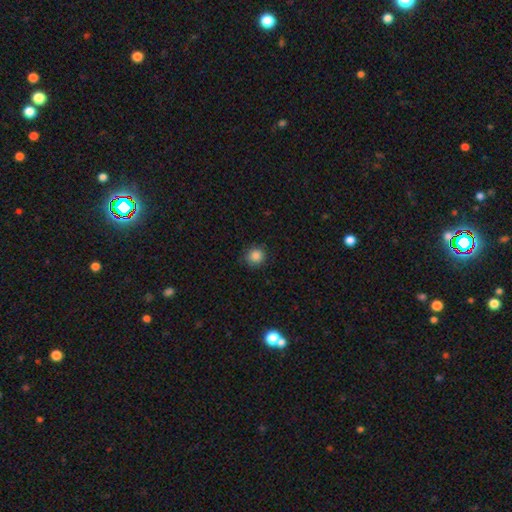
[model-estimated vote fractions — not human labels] Smooth or featured: smooth — 86% (star or artifact — 11%)
How rounded: round — 91% (in between — 8%)
Merging: none — 86% (minor disturbance — 11%)